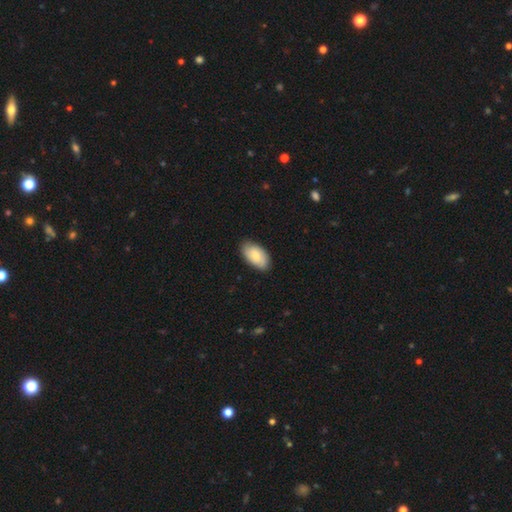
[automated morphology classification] Q: Smooth or featured?
A: smooth (71%); runner-up: featured or disk (23%)
Q: How rounded?
A: in between (95%); runner-up: round (3%)
Q: Merging?
A: none (82%); runner-up: minor disturbance (14%)